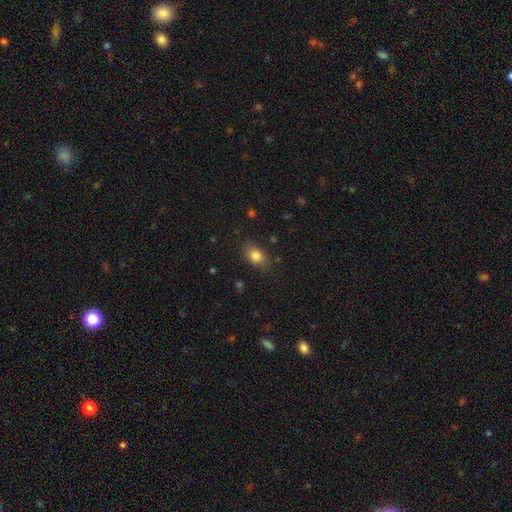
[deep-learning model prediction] Smooth or featured? Predicted: smooth (p=0.84). How rounded? Predicted: in between (p=0.80). Merging? Predicted: none (p=0.81).